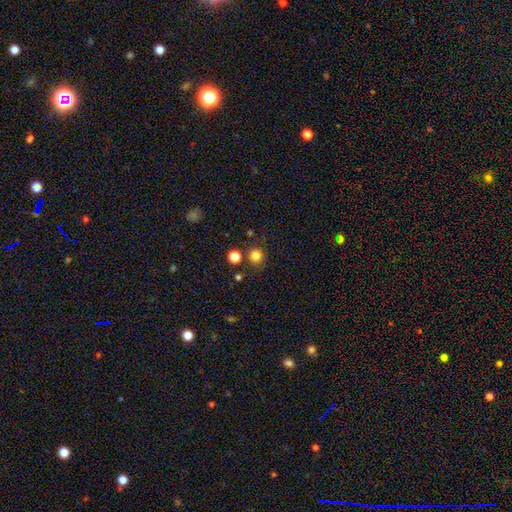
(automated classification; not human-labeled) smooth 81%, star or artifact 14%, featured or disk 5%. Down the decision tree: how rounded — round (90%); merging — none (83%).